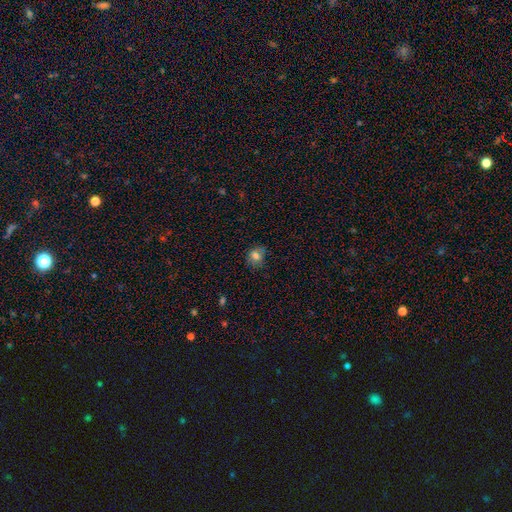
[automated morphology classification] A smooth galaxy with no disk features (74%) that is round (62%). Merging: none (70%).